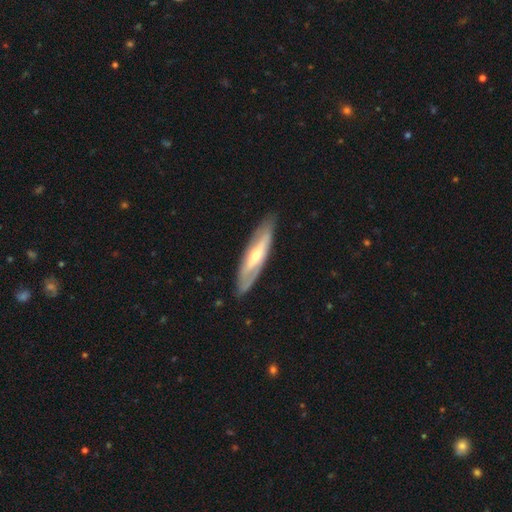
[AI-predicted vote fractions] Overall: featured or disk (67%; smooth 28%). Edge-on disk: no (52%; yes 48%). Merging: none (83%).